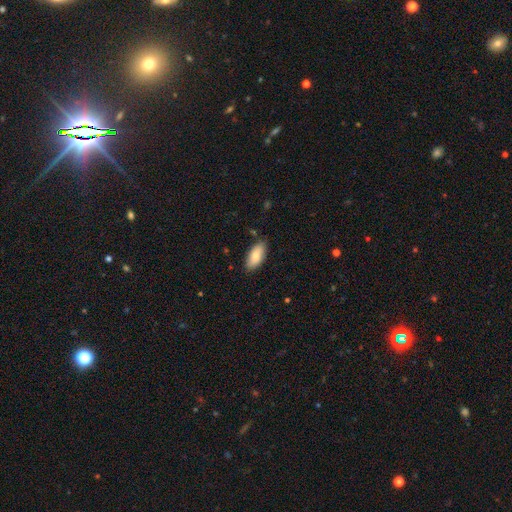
Smooth or featured? smooth (89%)
How rounded? in between (88%)
Merging? none (92%)